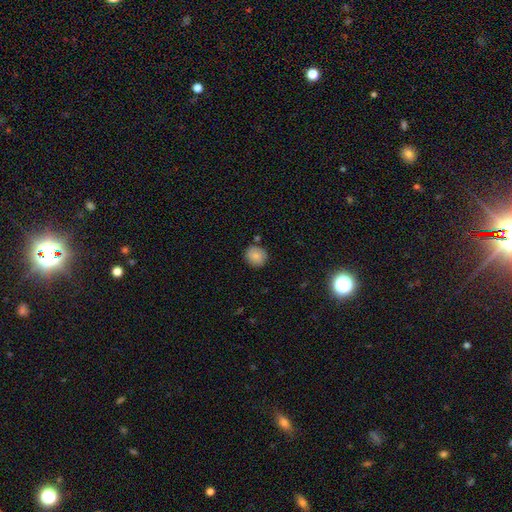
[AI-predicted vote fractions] Smooth or featured?
  - smooth: 84% *
  - star or artifact: 9%
  - featured or disk: 7%
How rounded?
  - round: 87% *
  - in between: 13%
  - cigar-shaped: 1%
Merging?
  - none: 83% *
  - minor disturbance: 11%
  - merger: 4%
  - major disturbance: 2%